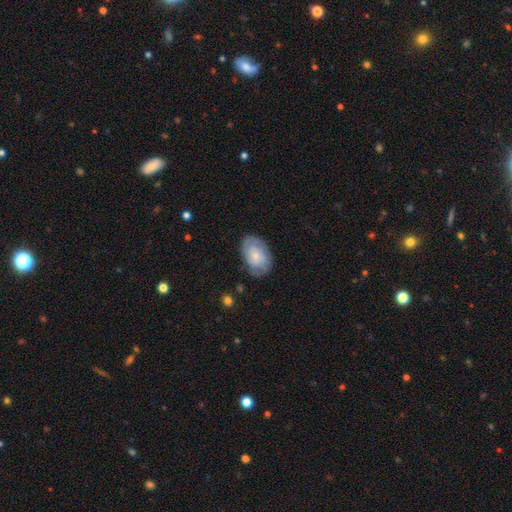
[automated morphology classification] A smooth galaxy with no disk features (52%) that is in between round and cigar-shaped (89%).

Vote fractions:
- Smooth or featured? smooth: 52% / featured or disk: 41% / star or artifact: 7%
- How rounded? in between: 89% / round: 9% / cigar-shaped: 1%
- Merging? none: 75% / minor disturbance: 19% / major disturbance: 5% / merger: 1%